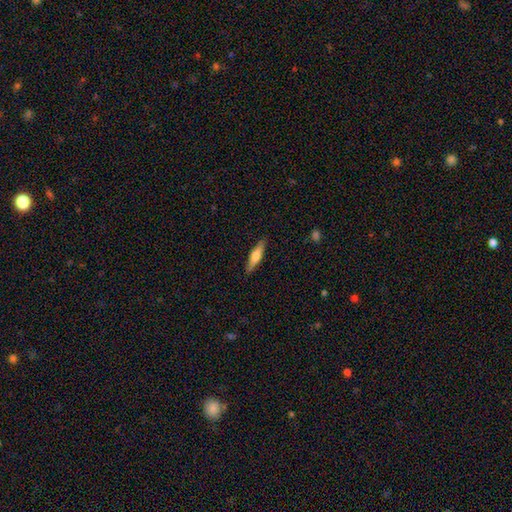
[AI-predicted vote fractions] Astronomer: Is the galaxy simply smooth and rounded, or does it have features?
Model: smooth — 56% (runner-up: featured or disk, 38%).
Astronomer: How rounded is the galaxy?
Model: cigar-shaped — 76%.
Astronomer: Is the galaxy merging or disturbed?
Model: none — 89%.